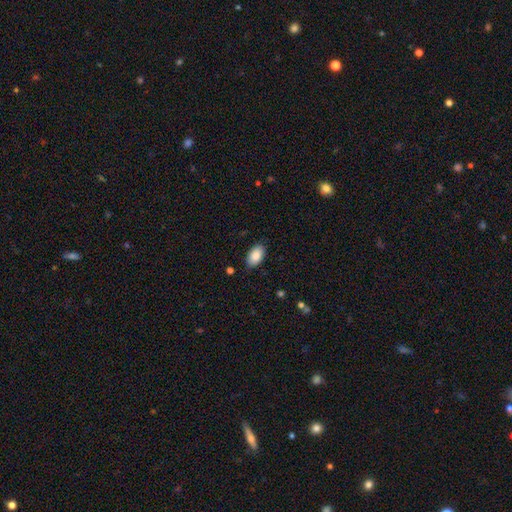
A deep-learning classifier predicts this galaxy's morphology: This appears to be a smooth galaxy with no disk features (86%) that is in between round and cigar-shaped (94%). Merging: none (85%).